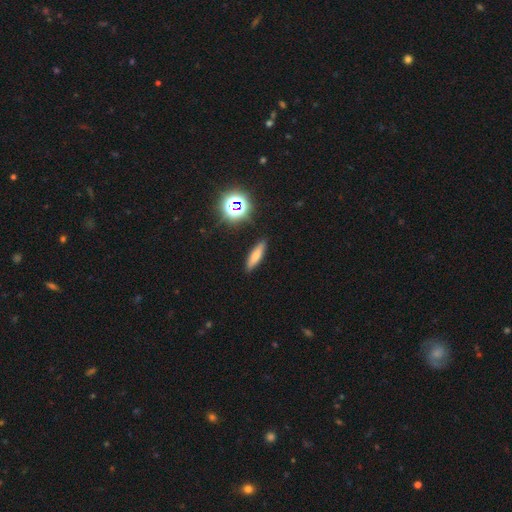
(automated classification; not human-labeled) Smooth or featured? Predicted: smooth (p=0.67). How rounded? Predicted: cigar-shaped (p=0.67). Merging? Predicted: none (p=0.87).